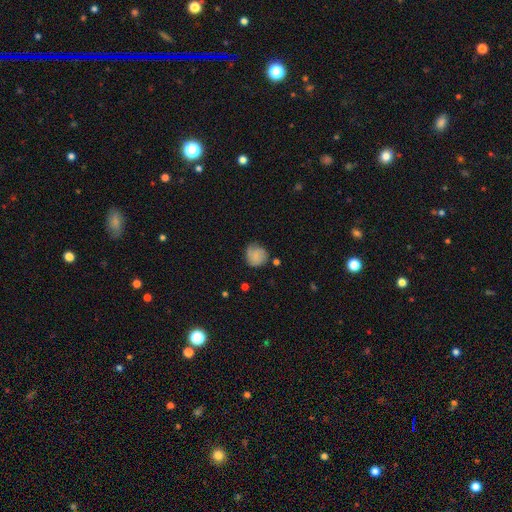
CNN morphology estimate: Smooth or featured: smooth — 75% (featured or disk — 17%)
How rounded: round — 86% (in between — 13%)
Merging: none — 66% (minor disturbance — 24%)